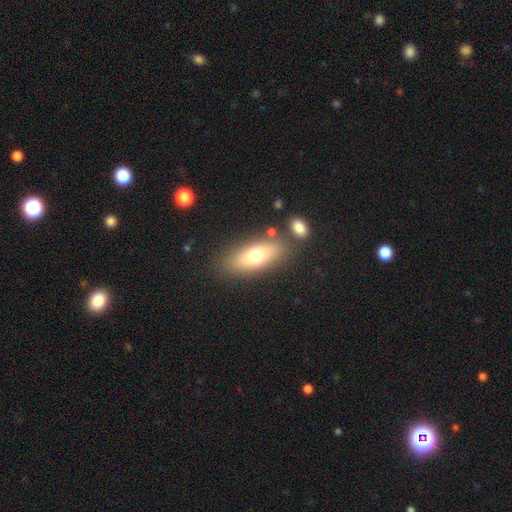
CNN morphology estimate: Smooth or featured? smooth (70%)
How rounded? in between (75%)
Merging? none (78%)